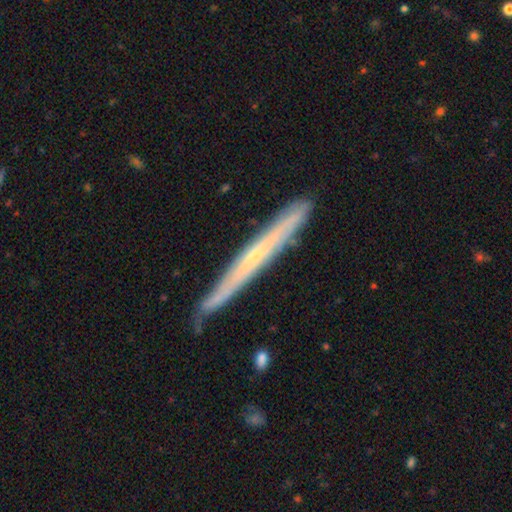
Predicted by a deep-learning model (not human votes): Morphology: type=featured or disk (65%); edge-on=yes (93%); edge-on bulge=none (66%); merging=none (83%).